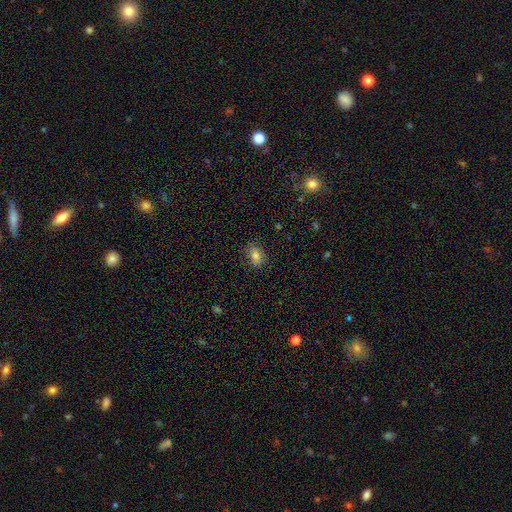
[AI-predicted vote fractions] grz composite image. It shows a smooth galaxy with no disk features (80%) that is in between round and cigar-shaped (63%). Merging: none (81%).